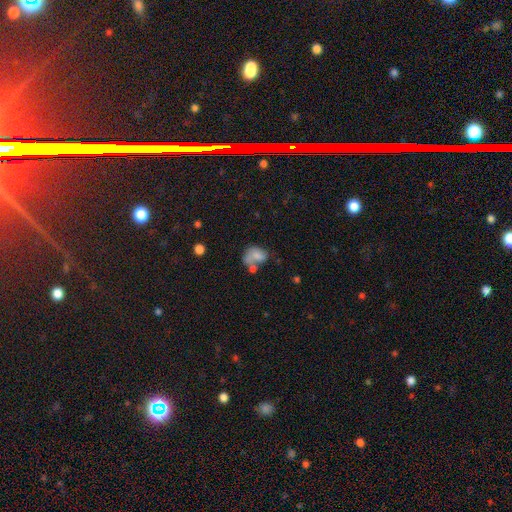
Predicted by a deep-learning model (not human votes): Q: Smooth or featured?
A: smooth (69%); runner-up: featured or disk (20%)
Q: How rounded?
A: in between (72%); runner-up: round (27%)
Q: Merging?
A: merger (39%); runner-up: none (25%)